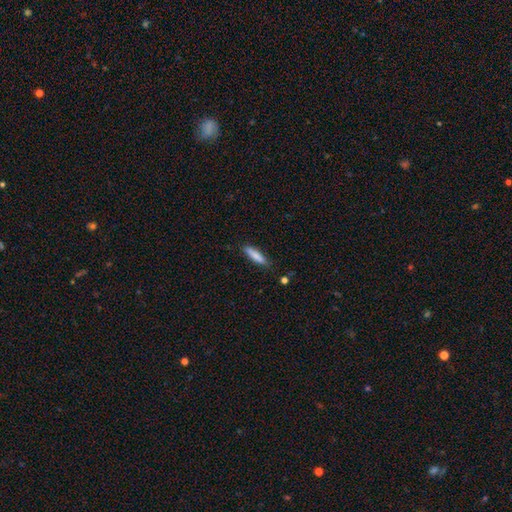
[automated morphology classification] smooth_or_featured: smooth (p=0.82) [alt: featured or disk p=0.11]
how_rounded: cigar-shaped (p=0.80) [alt: in between p=0.19]
merging: none (p=0.82) [alt: minor disturbance p=0.14]